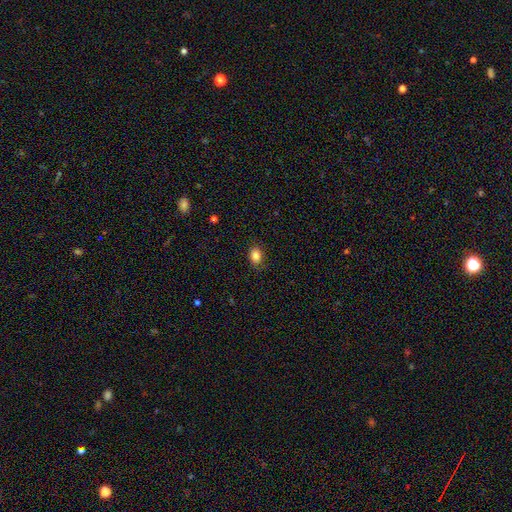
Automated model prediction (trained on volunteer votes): smooth-or-featured: smooth: 85% | star or artifact: 10% | featured or disk: 5%
  how-rounded: in between: 69% | round: 29% | cigar-shaped: 1%
  merging: none: 86% | minor disturbance: 11% | major disturbance: 2% | merger: 1%